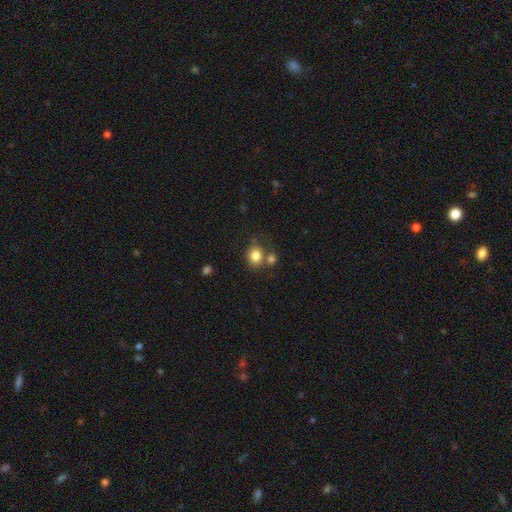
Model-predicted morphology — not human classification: smooth-or-featured: smooth: 82% | star or artifact: 11% | featured or disk: 8%
  how-rounded: round: 70% | in between: 30% | cigar-shaped: 1%
  merging: none: 59% | merger: 23% | minor disturbance: 13% | major disturbance: 5%